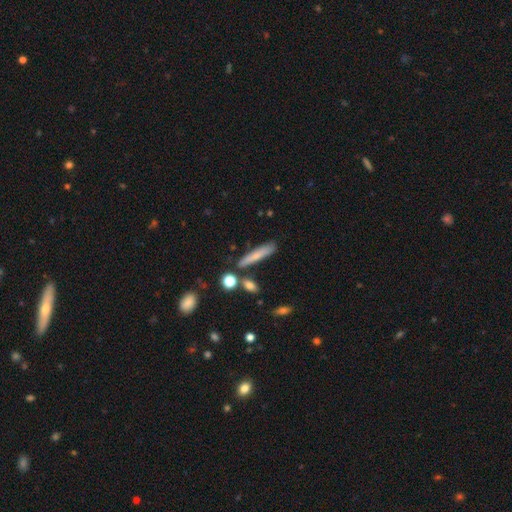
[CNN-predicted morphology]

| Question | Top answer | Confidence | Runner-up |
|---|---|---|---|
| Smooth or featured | smooth | 69% | featured or disk (23%) |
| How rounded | cigar-shaped | 85% | in between (12%) |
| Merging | none | 75% | minor disturbance (14%) |